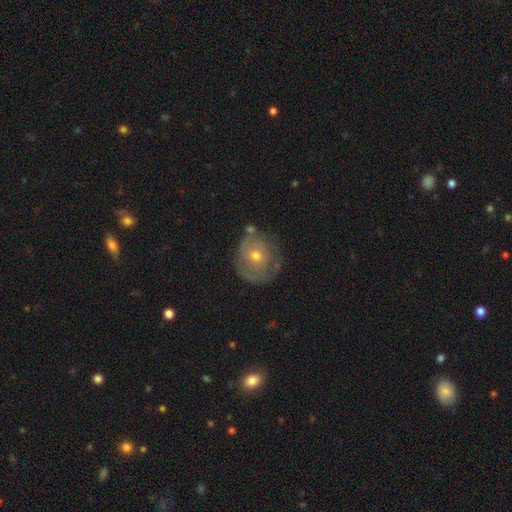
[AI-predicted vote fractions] Smooth or featured? Predicted: featured or disk (p=0.51). Edge-on disk? Predicted: no (p=0.96). Merging? Predicted: none (p=0.64).